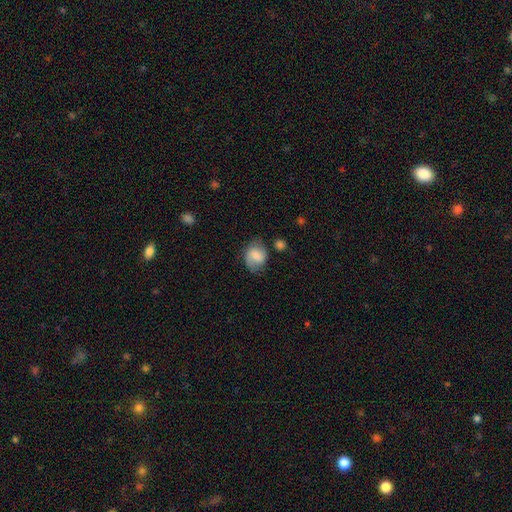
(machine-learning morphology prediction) Smooth or featured? Predicted: smooth (p=0.62). How rounded? Predicted: round (p=0.51). Merging? Predicted: none (p=0.60).